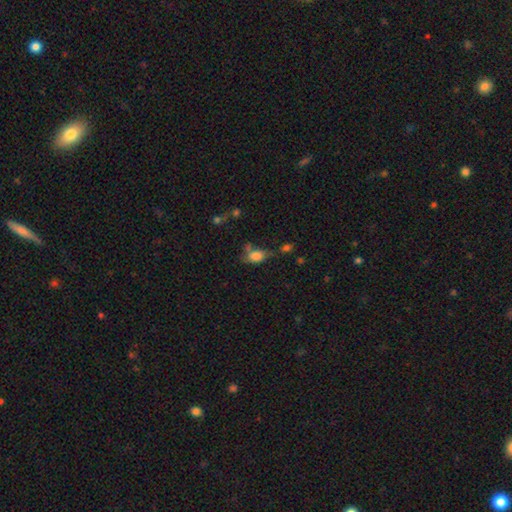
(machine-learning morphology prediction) smooth-or-featured: smooth: 74% | featured or disk: 14% | star or artifact: 12%
  how-rounded: in between: 81% | round: 15% | cigar-shaped: 4%
  merging: none: 35% | minor disturbance: 26% | major disturbance: 20% | merger: 18%